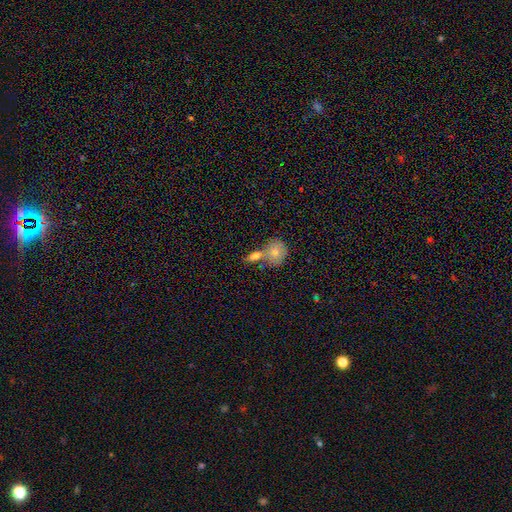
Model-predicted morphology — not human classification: A smooth galaxy with no disk features (75%) that is in between round and cigar-shaped (68%). Merging: none (43%, tied with merger).